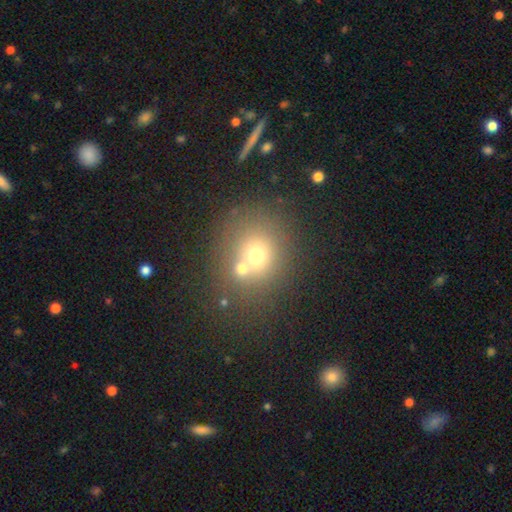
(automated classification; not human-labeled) Smooth or featured?
  - smooth: 61% *
  - star or artifact: 20%
  - featured or disk: 19%
How rounded?
  - round: 82% *
  - in between: 17%
  - cigar-shaped: 1%
Merging?
  - none: 50% *
  - merger: 37%
  - minor disturbance: 9%
  - major disturbance: 4%